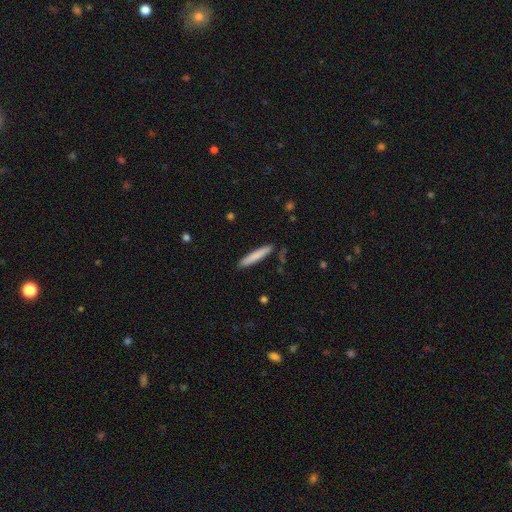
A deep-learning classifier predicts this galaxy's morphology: Smooth or featured? Predicted: smooth (p=0.79). How rounded? Predicted: cigar-shaped (p=0.94). Merging? Predicted: none (p=0.89).